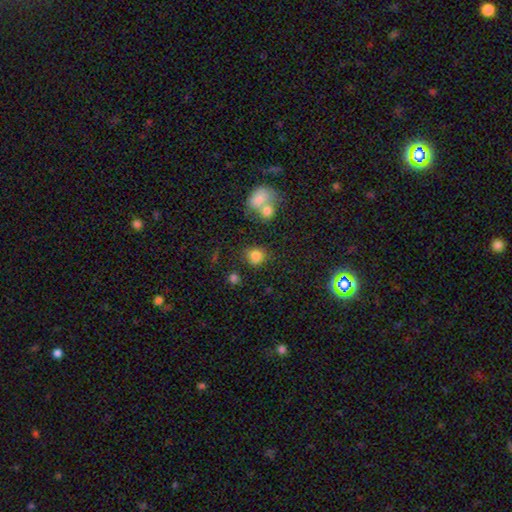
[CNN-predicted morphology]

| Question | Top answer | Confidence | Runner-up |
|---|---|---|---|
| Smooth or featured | smooth | 81% | star or artifact (12%) |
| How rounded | round | 73% | in between (25%) |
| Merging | none | 66% | merger (15%) |